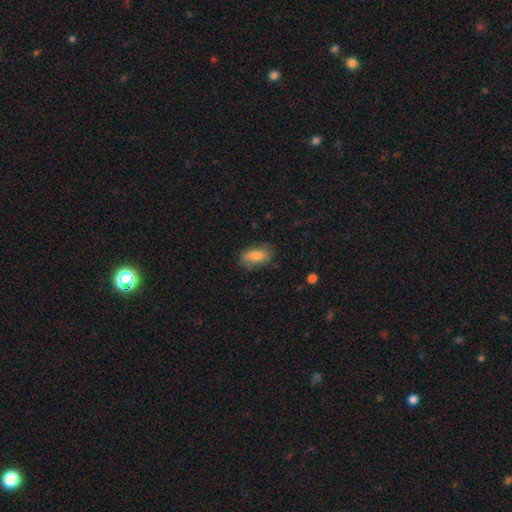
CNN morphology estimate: Q: Smooth or featured?
A: smooth (78%); runner-up: featured or disk (14%)
Q: How rounded?
A: in between (85%); runner-up: cigar-shaped (11%)
Q: Merging?
A: none (77%); runner-up: minor disturbance (18%)